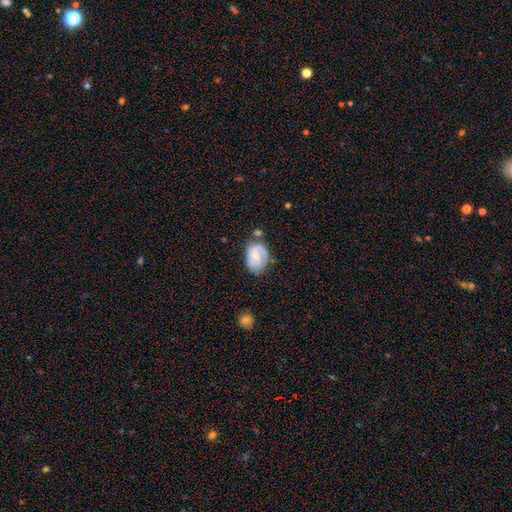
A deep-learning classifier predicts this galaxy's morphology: This appears to be a featured or disk galaxy (56%) with no bar (47%), spiral arms (77%) and a moderate central bulge (46%). Merging: none (53%).